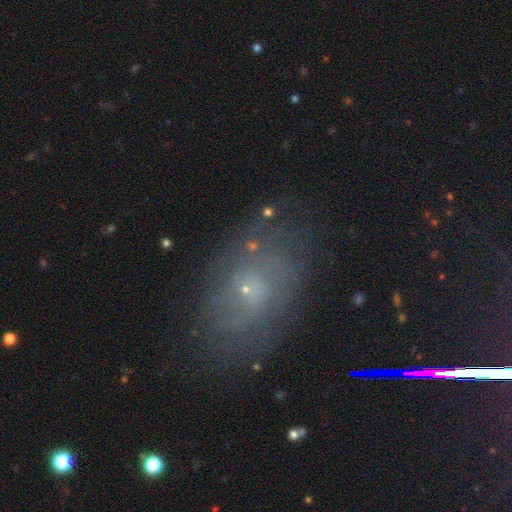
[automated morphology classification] Smooth or featured? featured or disk (51%)
Edge-on disk? no (92%)
Merging? none (77%)